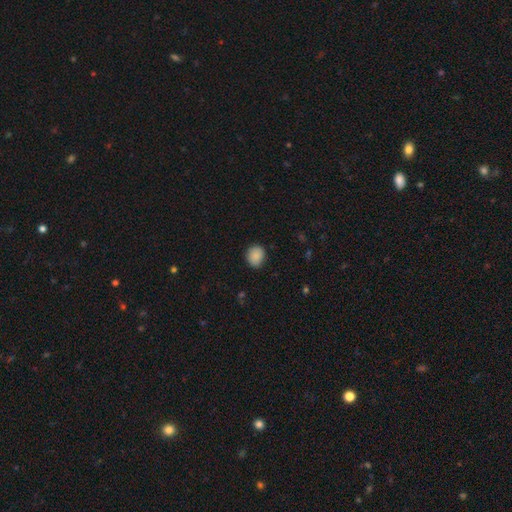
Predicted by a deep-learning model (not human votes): smooth 88%, star or artifact 8%, featured or disk 4%. Down the decision tree: how rounded — round (66%); merging — none (85%).